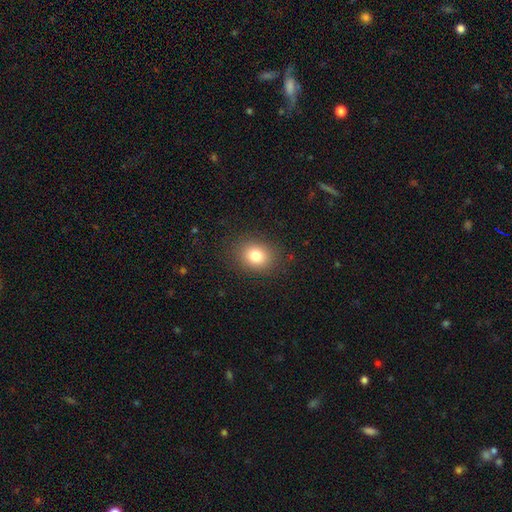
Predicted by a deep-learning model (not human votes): A smooth galaxy with no disk features (81%) that is round (56%). Merging: none (87%).